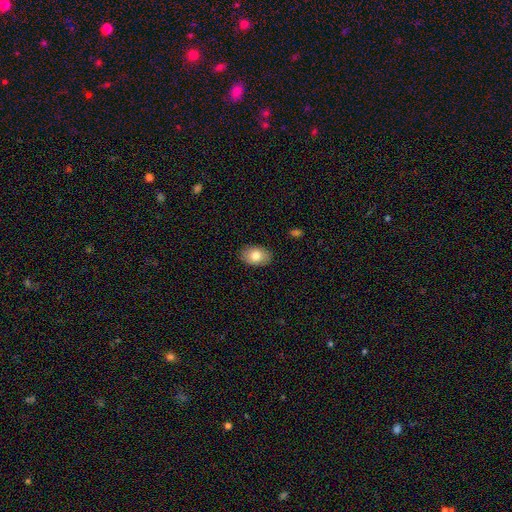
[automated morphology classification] smooth_or_featured: smooth (p=0.81) [alt: featured or disk p=0.12]
how_rounded: in between (p=0.84) [alt: round p=0.15]
merging: none (p=0.88) [alt: minor disturbance p=0.09]